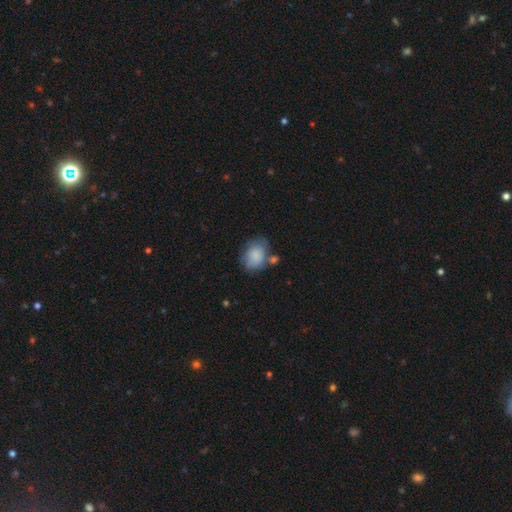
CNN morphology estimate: Smooth or featured?
  - smooth: 80% *
  - featured or disk: 12%
  - star or artifact: 8%
How rounded?
  - in between: 65% *
  - round: 34%
  - cigar-shaped: 1%
Merging?
  - none: 52% *
  - minor disturbance: 26%
  - merger: 13%
  - major disturbance: 9%